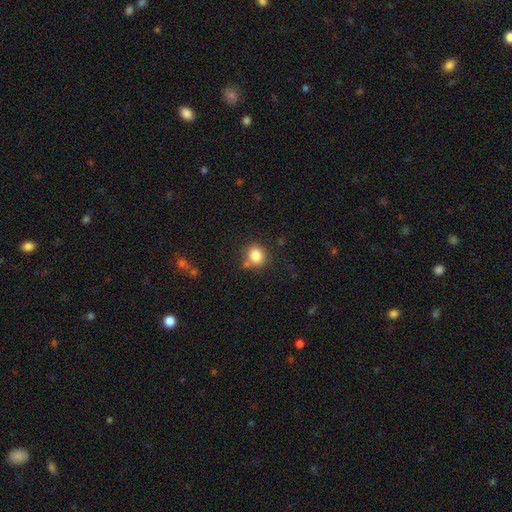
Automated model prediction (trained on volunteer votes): Smooth or featured? smooth (83%)
How rounded? round (75%)
Merging? none (73%)